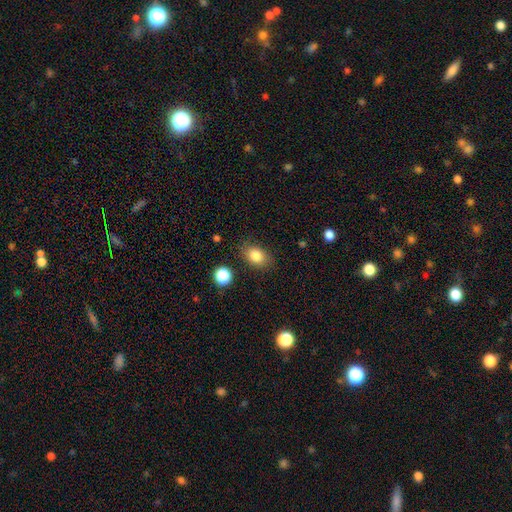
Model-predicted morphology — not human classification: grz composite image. It shows a smooth galaxy with no disk features (83%) that is in between round and cigar-shaped (77%). Merging: none (79%).